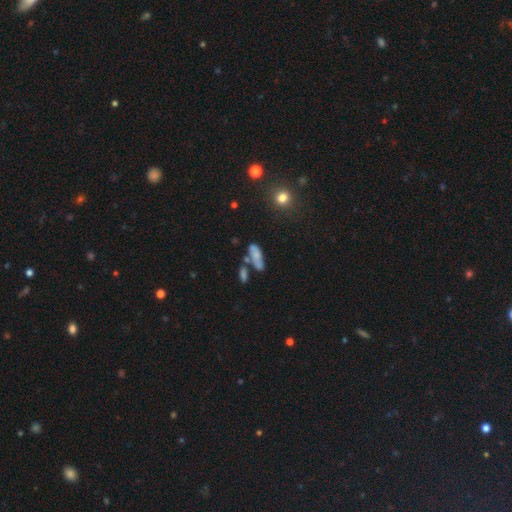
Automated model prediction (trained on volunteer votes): smooth 64%, featured or disk 25%, star or artifact 11%. Down the decision tree: how rounded — in between (69%); merging — none (43%).